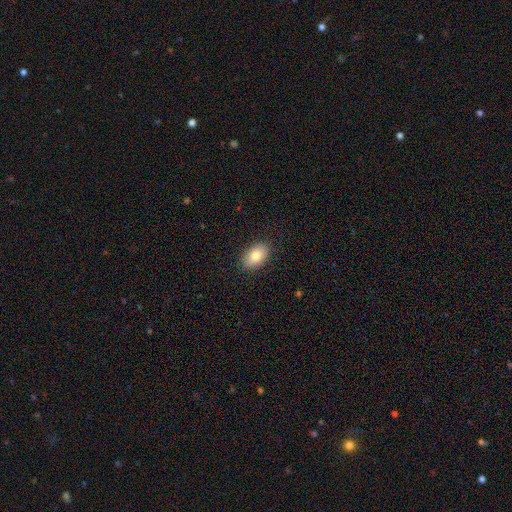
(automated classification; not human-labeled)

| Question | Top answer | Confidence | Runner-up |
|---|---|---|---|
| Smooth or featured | smooth | 81% | featured or disk (12%) |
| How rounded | in between | 90% | round (8%) |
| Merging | none | 88% | minor disturbance (9%) |